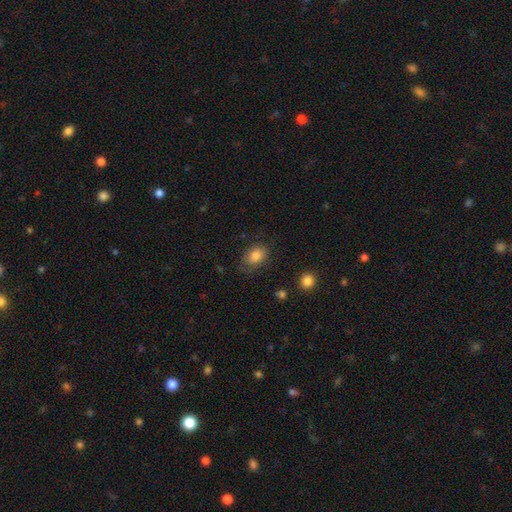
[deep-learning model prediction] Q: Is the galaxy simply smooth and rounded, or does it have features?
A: smooth — 82%.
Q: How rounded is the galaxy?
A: in between — 72%.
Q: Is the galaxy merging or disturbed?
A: none — 67%.